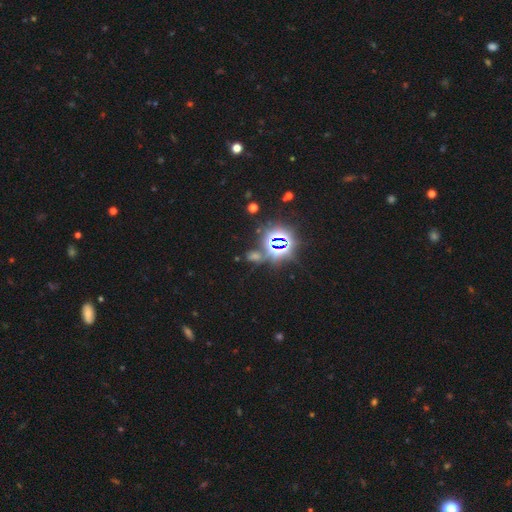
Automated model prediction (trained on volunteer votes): A star or artifact, not a galaxy (78%).

Vote fractions:
- Smooth or featured? star or artifact: 78% / smooth: 14% / featured or disk: 8%